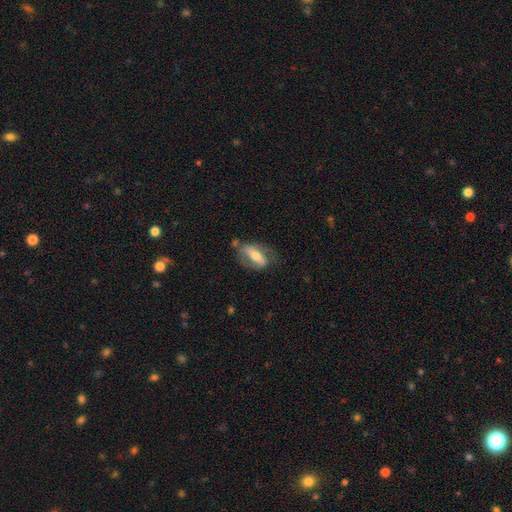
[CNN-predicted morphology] Overall: featured or disk (55%; smooth 38%). Edge-on disk: no (77%). Merging: none (55%; minor disturbance 25%).